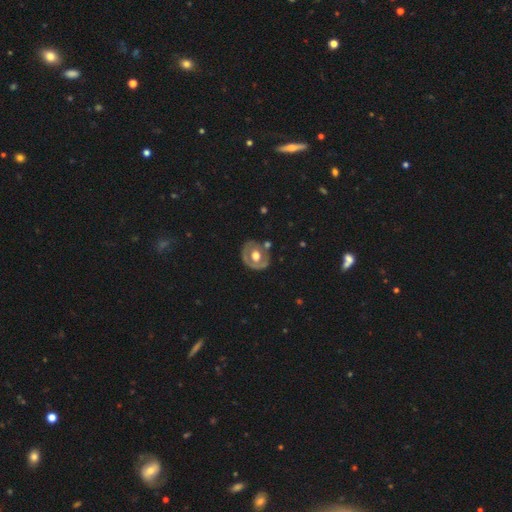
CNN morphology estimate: type=featured or disk (58%); edge-on=no (94%); bar=no (82%); spiral arms=no (80%); bulge=moderate (56%); merging=none (68%).